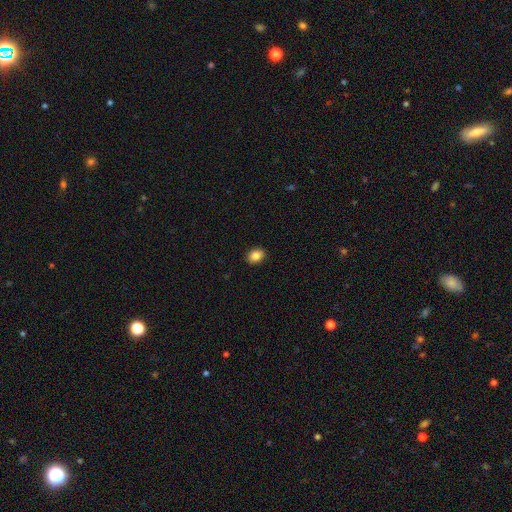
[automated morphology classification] This appears to be a smooth galaxy with no disk features (85%) that is in between round and cigar-shaped (61%). Merging: none (91%).